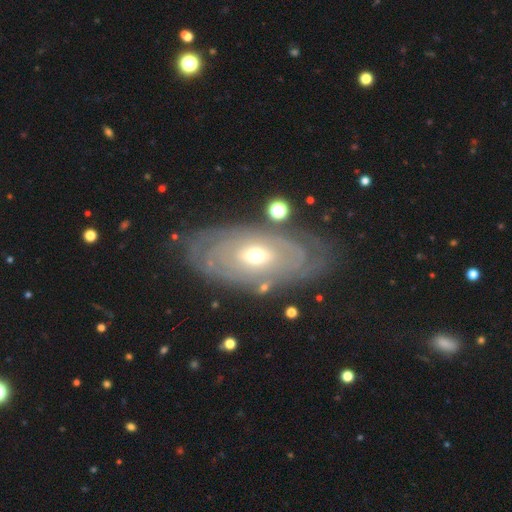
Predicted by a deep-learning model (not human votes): A featured or disk galaxy (80%) with no bar (73%), tight (83%) spiral arms (78%) and a moderate central bulge (52%).

Vote fractions:
- Smooth or featured? featured or disk: 80% / smooth: 15% / star or artifact: 6%
- Edge-on disk? no: 92% / yes: 8%
- Bar? no: 73% / weak: 20% / strong: 7%
- Spiral arms? yes: 78% / no: 22%
- Spiral winding? tight: 83% / medium: 13% / loose: 5%
- Spiral arm count? can't tell: 59% / 2: 15% / 3: 9% / 4: 7% / more than 4: 6% / 1: 5%
- Bulge size? moderate: 52% / small: 44% / large: 3% / dominant: 1% / none: 1%
- Merging? none: 79% / minor disturbance: 13% / major disturbance: 5% / merger: 3%